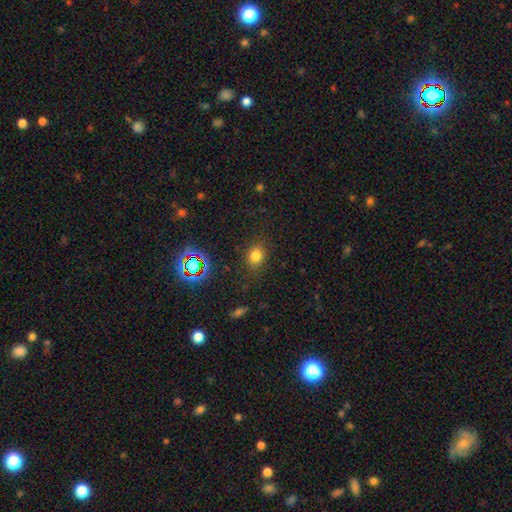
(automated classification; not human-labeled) smooth 75%, star or artifact 18%, featured or disk 7%. Down the decision tree: how rounded — round (56%); merging — none (82%).